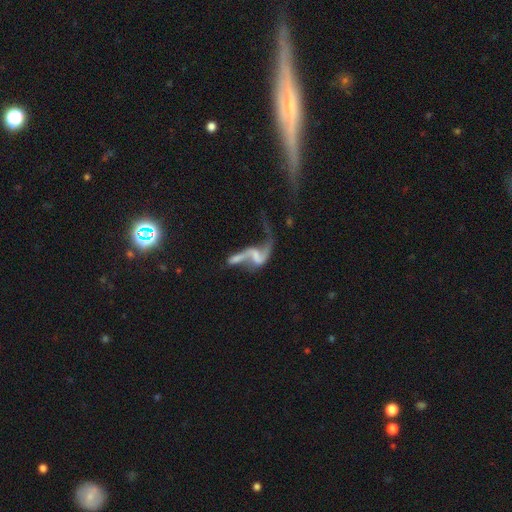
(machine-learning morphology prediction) smooth_or_featured: featured or disk (p=0.78) [alt: smooth p=0.14]
disk_edge_on: no (p=0.96) [alt: yes p=0.04]
bar: no (p=0.37) [tied with: weak p=0.37]
has_spiral_arms: yes (p=0.81) [alt: no p=0.19]
spiral_winding: loose (p=0.87) [alt: medium p=0.10]
spiral_arm_count: 2 (p=0.76) [alt: 1 p=0.17]
bulge_size: none (p=0.56) [alt: small p=0.26]
merging: merger (p=0.43) [alt: major disturbance p=0.26]